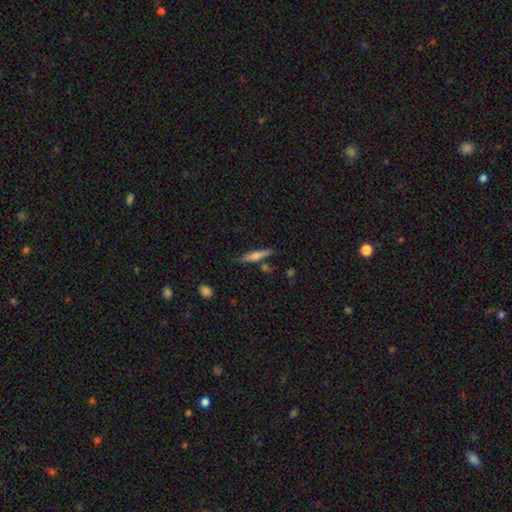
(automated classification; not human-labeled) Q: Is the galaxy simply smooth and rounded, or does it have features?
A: smooth — 56%.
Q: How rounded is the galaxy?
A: cigar-shaped — 85%.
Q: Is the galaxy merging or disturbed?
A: none — 76%.